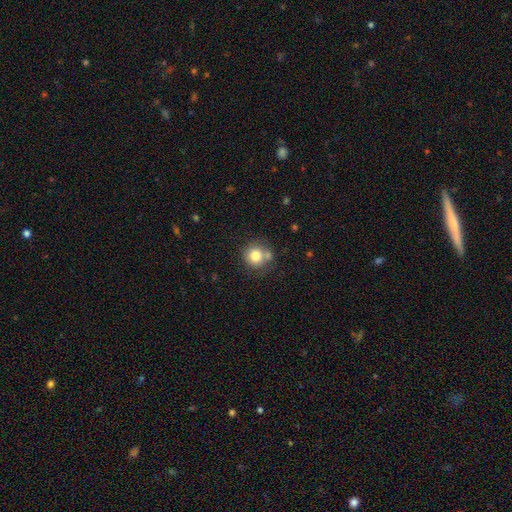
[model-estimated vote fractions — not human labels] Q: Smooth or featured?
A: smooth (79%); runner-up: featured or disk (11%)
Q: How rounded?
A: round (89%); runner-up: in between (10%)
Q: Merging?
A: none (62%); runner-up: merger (19%)